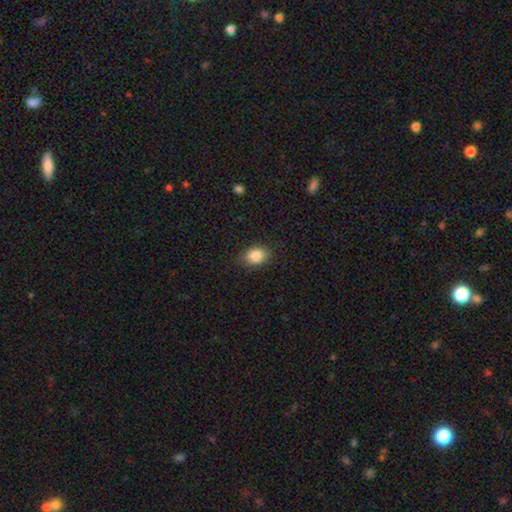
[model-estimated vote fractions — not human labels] smooth_or_featured: smooth (p=0.85) [alt: star or artifact p=0.09]
how_rounded: in between (p=0.66) [alt: round p=0.33]
merging: none (p=0.85) [alt: minor disturbance p=0.11]